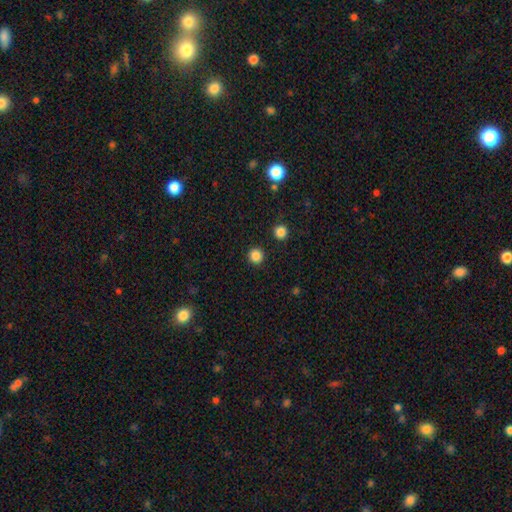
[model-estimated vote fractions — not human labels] Morphology: type=smooth (85%); roundness=round (95%); merging=none (92%).